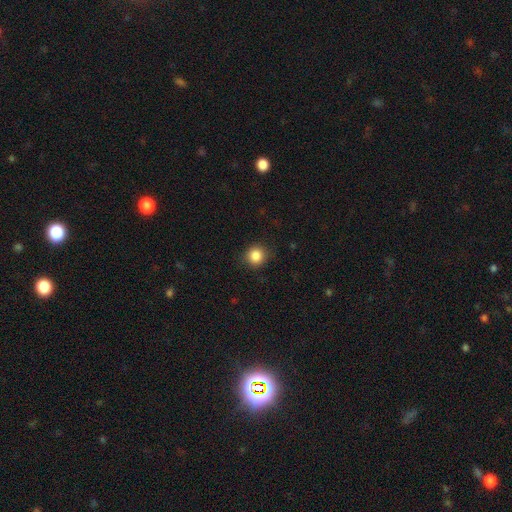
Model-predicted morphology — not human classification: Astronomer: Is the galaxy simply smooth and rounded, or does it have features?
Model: smooth — 86%.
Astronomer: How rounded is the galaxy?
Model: round — 88%.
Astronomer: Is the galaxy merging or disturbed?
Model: none — 88%.